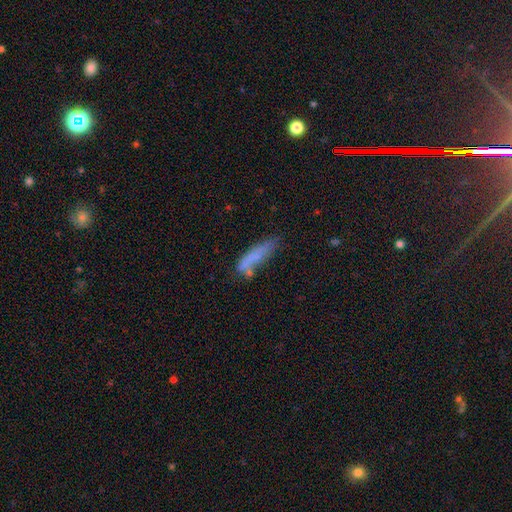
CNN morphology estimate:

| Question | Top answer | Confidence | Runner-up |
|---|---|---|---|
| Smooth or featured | smooth | 66% | featured or disk (24%) |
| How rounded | cigar-shaped | 64% | in between (34%) |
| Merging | none | 43% | minor disturbance (26%) |